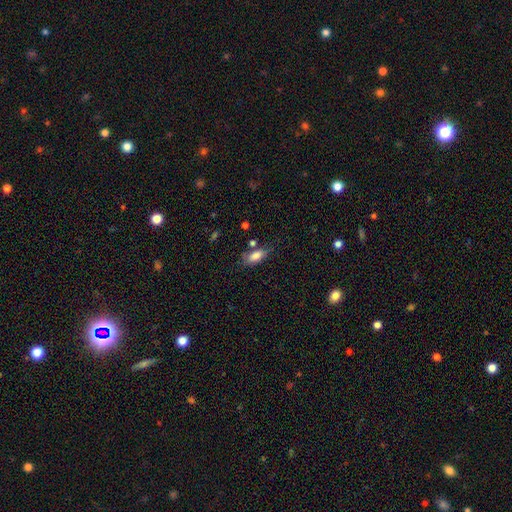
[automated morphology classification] A smooth galaxy with no disk features (80%) that is in between round and cigar-shaped (81%). Merging: none (58%).